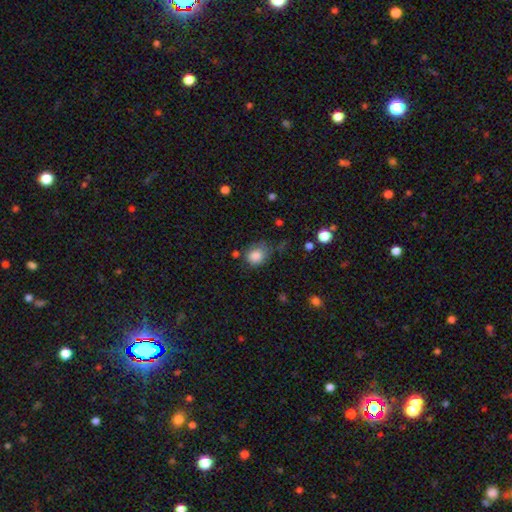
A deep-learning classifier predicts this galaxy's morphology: This appears to be a smooth galaxy with no disk features (85%) that is round (60%). Merging: none (57%).